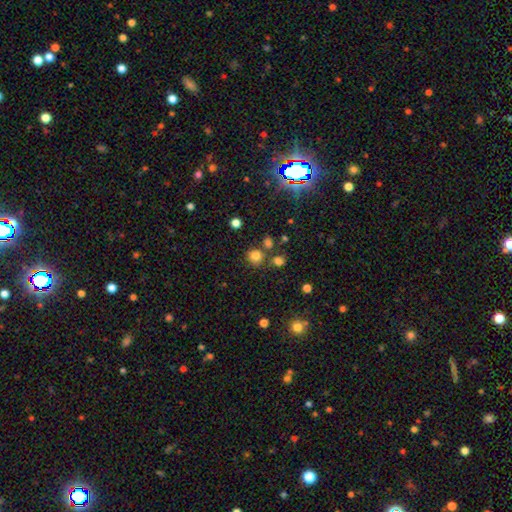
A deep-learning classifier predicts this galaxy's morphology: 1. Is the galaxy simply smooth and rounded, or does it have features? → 78% smooth, 16% star or artifact, 6% featured or disk.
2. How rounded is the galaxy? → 88% round, 11% in between, 1% cigar-shaped.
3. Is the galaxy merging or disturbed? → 74% none, 13% merger, 9% minor disturbance, 4% major disturbance.